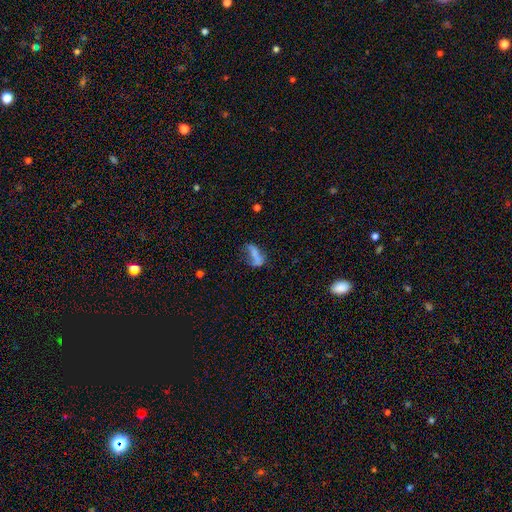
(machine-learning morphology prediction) A smooth galaxy with no disk features (58%) that is in between round and cigar-shaped (61%). Merging: none (32%).